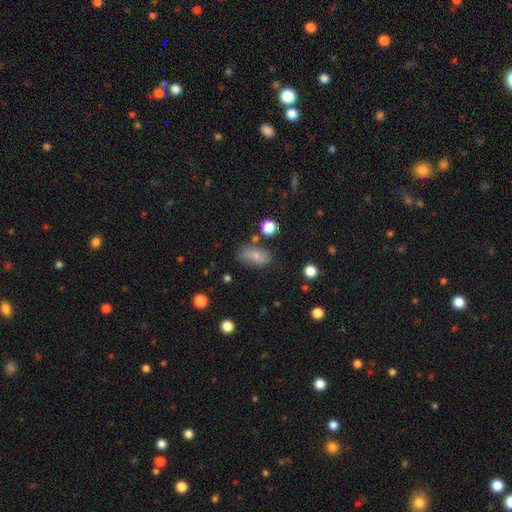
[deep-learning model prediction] This appears to be a smooth galaxy with no disk features (75%) that is in between round and cigar-shaped (88%). Merging: none (64%).